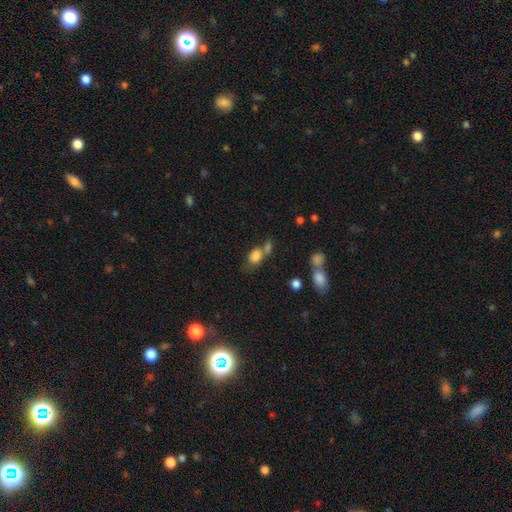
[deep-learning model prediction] Smooth or featured? smooth (82%)
How rounded? in between (73%)
Merging? merger (41%)